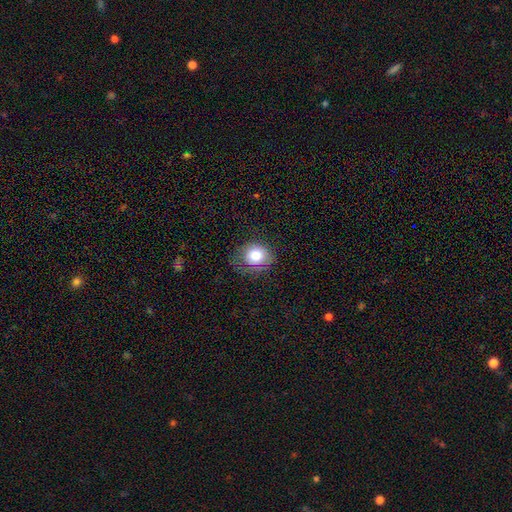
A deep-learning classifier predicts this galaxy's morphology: Smooth or featured? smooth (78%)
How rounded? round (76%)
Merging? none (62%)